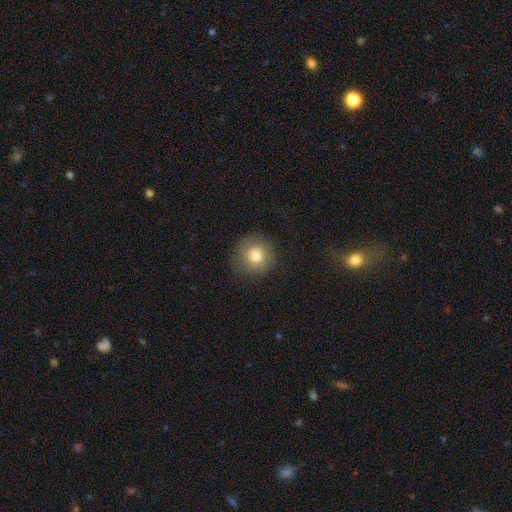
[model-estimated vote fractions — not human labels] smooth_or_featured: smooth (p=0.78) [alt: featured or disk p=0.12]
how_rounded: round (p=0.93) [alt: in between p=0.06]
merging: none (p=0.83) [alt: minor disturbance p=0.11]